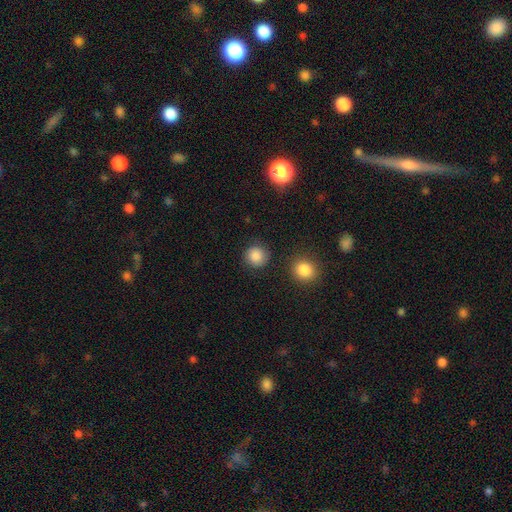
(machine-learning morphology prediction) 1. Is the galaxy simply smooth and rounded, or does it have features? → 84% smooth, 10% star or artifact, 5% featured or disk.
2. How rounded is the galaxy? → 91% round, 8% in between, 1% cigar-shaped.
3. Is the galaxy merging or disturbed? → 84% none, 10% minor disturbance, 3% major disturbance, 3% merger.